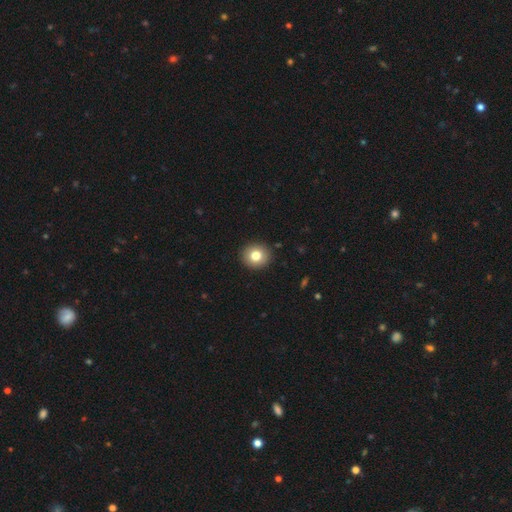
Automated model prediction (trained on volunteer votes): Smooth or featured? Predicted: smooth (p=0.79). How rounded? Predicted: round (p=0.91). Merging? Predicted: none (p=0.92).